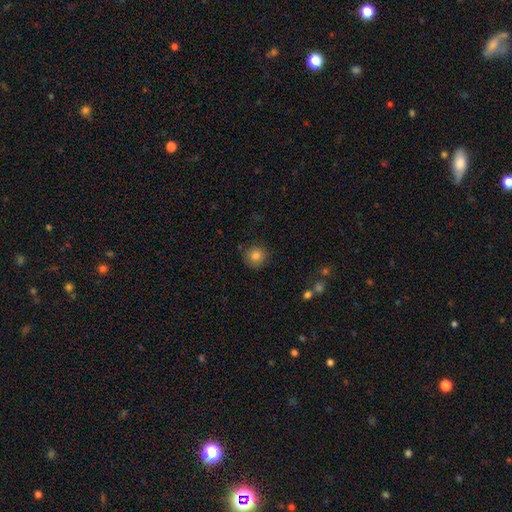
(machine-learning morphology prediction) Smooth or featured: smooth — 83% (star or artifact — 10%)
How rounded: round — 92% (in between — 7%)
Merging: none — 85% (minor disturbance — 10%)